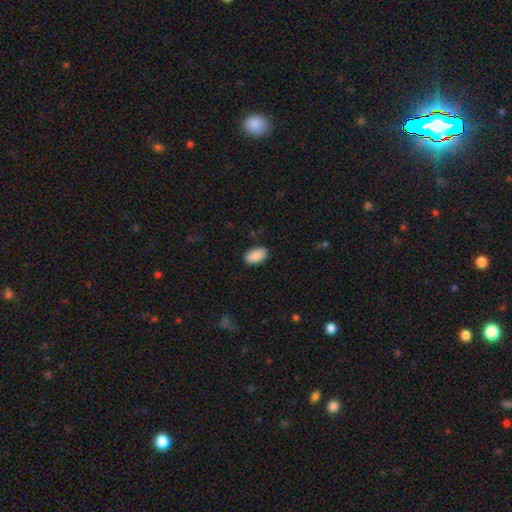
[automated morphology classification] smooth 89%, star or artifact 6%, featured or disk 4%. Down the decision tree: how rounded — in between (95%); merging — none (87%).